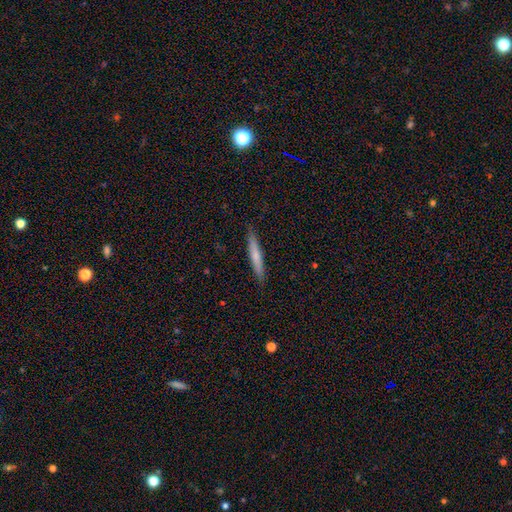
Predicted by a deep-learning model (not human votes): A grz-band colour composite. It shows a smooth galaxy with no disk features (65%) that is cigar-shaped (95%). Merging: none (88%).